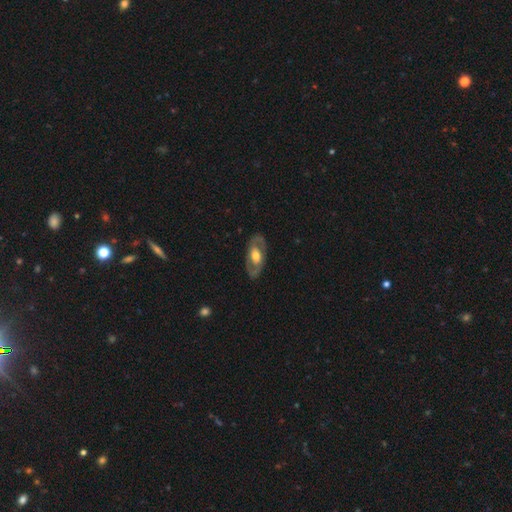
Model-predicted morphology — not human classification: Smooth or featured?
  - featured or disk: 68% *
  - smooth: 27%
  - star or artifact: 5%
Edge-on disk?
  - no: 90% *
  - yes: 10%
Bar?
  - no: 58% *
  - weak: 30%
  - strong: 12%
Spiral arms?
  - yes: 55% *
  - no: 45%
Bulge size?
  - moderate: 61% *
  - large: 28%
  - small: 8%
  - dominant: 2%
  - none: 1%
Merging?
  - none: 83% *
  - minor disturbance: 12%
  - major disturbance: 4%
  - merger: 1%